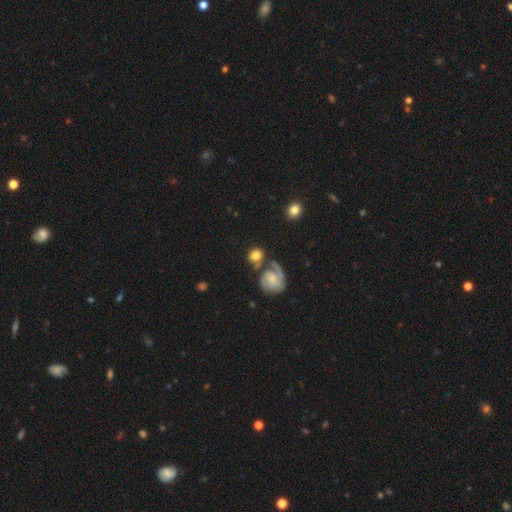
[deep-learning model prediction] Morphology: type=smooth (67%); roundness=round (84%); merging=none (60%).